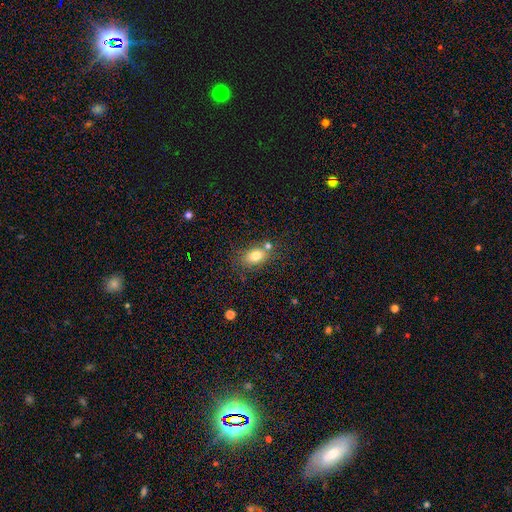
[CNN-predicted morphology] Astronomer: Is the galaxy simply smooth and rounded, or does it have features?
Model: smooth — 78%.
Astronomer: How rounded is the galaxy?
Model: in between — 78%.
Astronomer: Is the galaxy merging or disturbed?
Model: none — 62%.